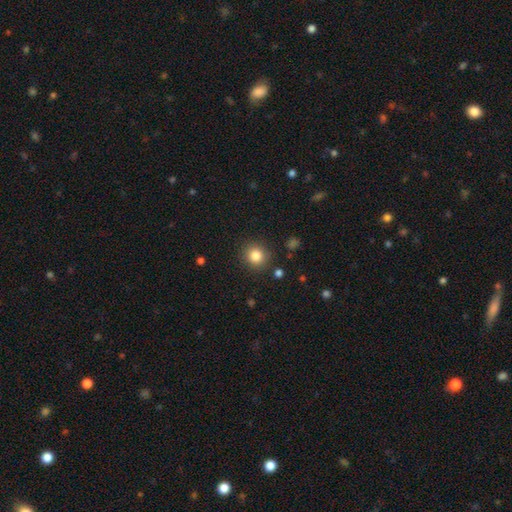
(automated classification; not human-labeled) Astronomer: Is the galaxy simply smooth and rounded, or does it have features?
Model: smooth — 83%.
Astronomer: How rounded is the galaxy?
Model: round — 90%.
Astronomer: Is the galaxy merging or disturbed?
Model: none — 88%.